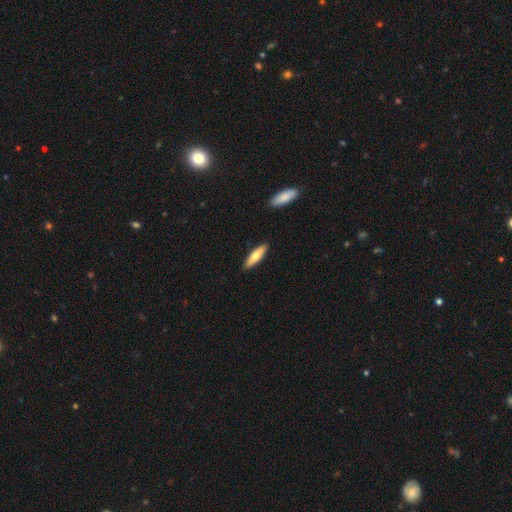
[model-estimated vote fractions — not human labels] smooth-or-featured: smooth: 67% | featured or disk: 28% | star or artifact: 5%
  how-rounded: cigar-shaped: 64% | in between: 34% | round: 2%
  merging: none: 89% | minor disturbance: 8% | major disturbance: 2% | merger: 1%